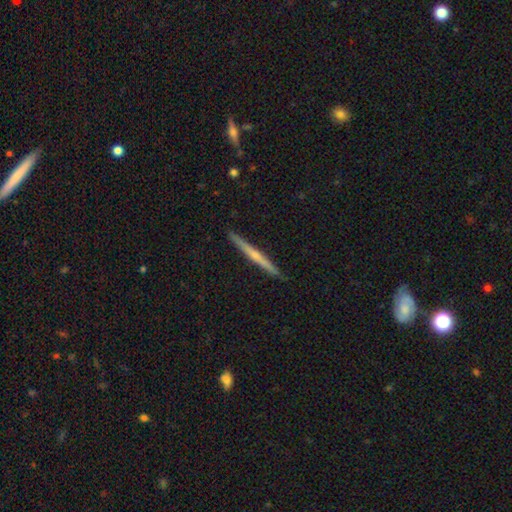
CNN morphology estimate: The model was most divided on "edge-on bulge": none: 48%, rounded: 47%, boxy: 5%. More confident: edge-on disk — yes (98%); merging — none (91%); smooth or featured — featured or disk (60%).